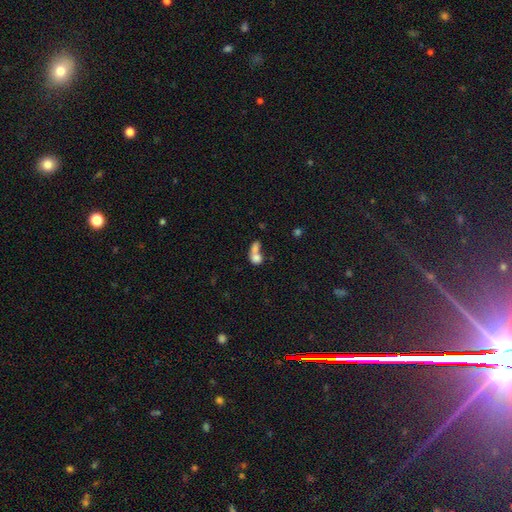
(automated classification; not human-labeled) Overall: smooth (75%). How rounded: in between (56%; round 41%). Merging: merger (73%).